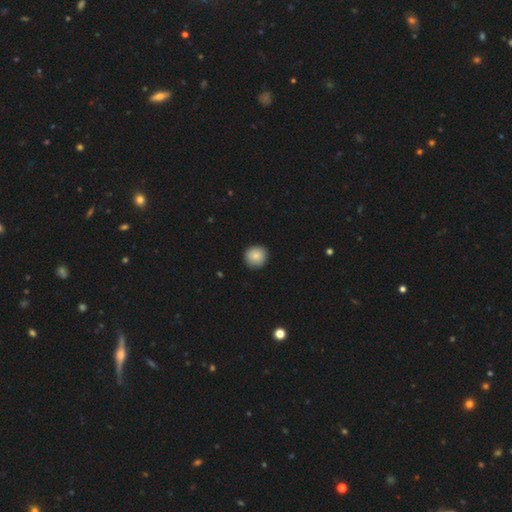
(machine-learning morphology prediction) smooth-or-featured: smooth: 86% | star or artifact: 8% | featured or disk: 6%
  how-rounded: round: 92% | in between: 7% | cigar-shaped: 1%
  merging: none: 90% | minor disturbance: 7% | major disturbance: 2% | merger: 1%